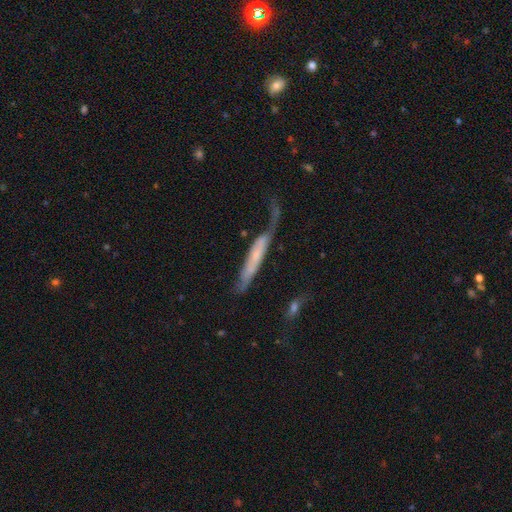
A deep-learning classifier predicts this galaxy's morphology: A featured or disk galaxy (51%) viewed edge-on (67%). Merging: none (34%).